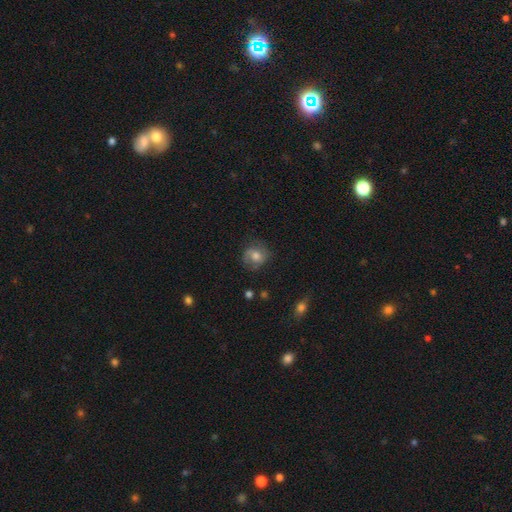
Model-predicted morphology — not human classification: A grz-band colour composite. It shows a smooth galaxy with no disk features (54%) that is round (75%). Merging: none (68%).